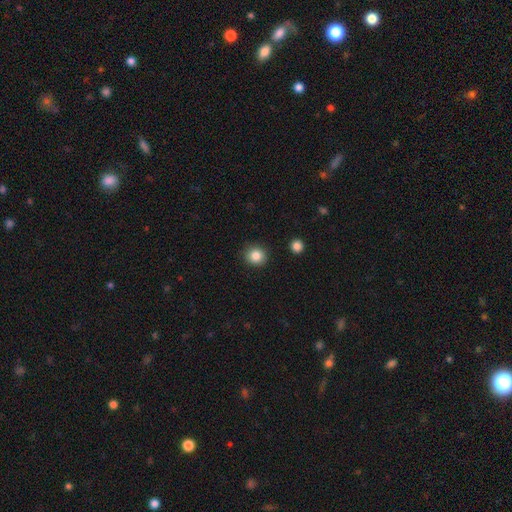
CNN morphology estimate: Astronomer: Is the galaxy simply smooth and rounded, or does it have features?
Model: smooth — 85%.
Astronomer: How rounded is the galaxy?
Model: round — 88%.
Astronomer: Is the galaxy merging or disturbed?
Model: none — 90%.